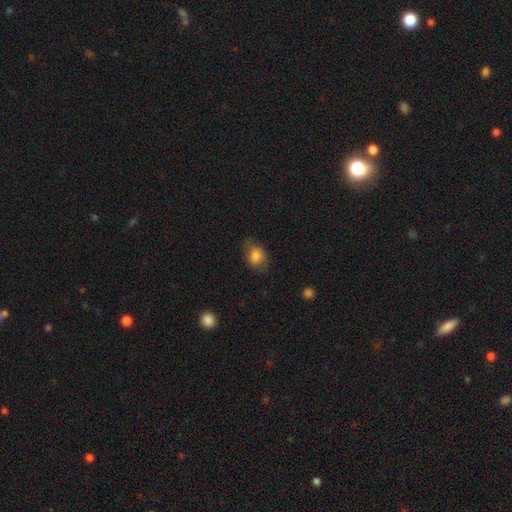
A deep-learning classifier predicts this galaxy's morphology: Smooth or featured? Predicted: smooth (p=0.75). How rounded? Predicted: in between (p=0.68). Merging? Predicted: none (p=0.67).